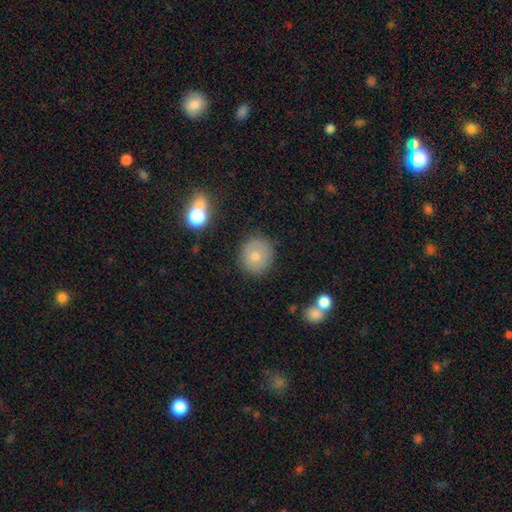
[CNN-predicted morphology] Q: Smooth or featured?
A: smooth (72%); runner-up: featured or disk (19%)
Q: How rounded?
A: round (86%); runner-up: in between (13%)
Q: Merging?
A: none (84%); runner-up: minor disturbance (11%)